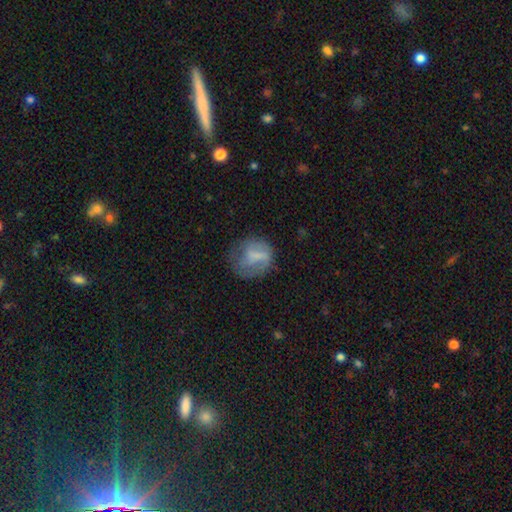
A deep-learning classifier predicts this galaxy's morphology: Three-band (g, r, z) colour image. It shows a smooth galaxy with no disk features (56%) that is round (67%). Merging: none (46%).